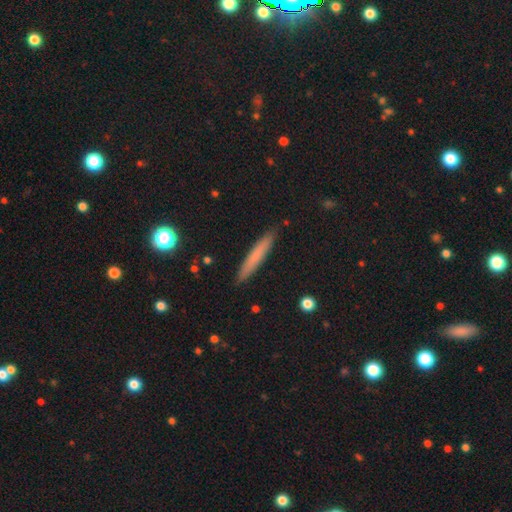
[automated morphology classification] The model was most divided on "smooth or featured": smooth: 70%, featured or disk: 23%, star or artifact: 7%. More confident: how rounded — cigar-shaped (95%); merging — none (90%).